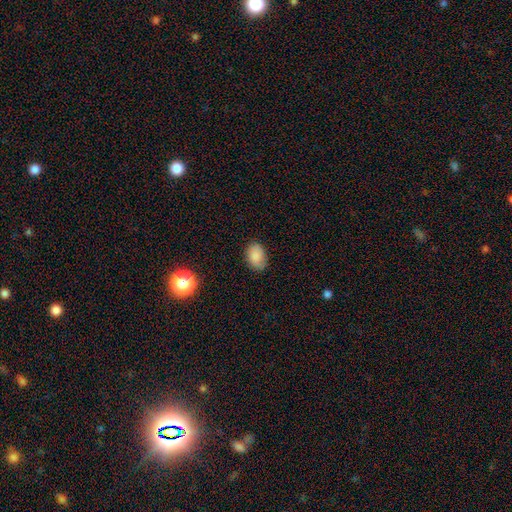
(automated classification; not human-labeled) This appears to be a smooth galaxy with no disk features (86%) that is in between round and cigar-shaped (85%). Merging: none (80%).